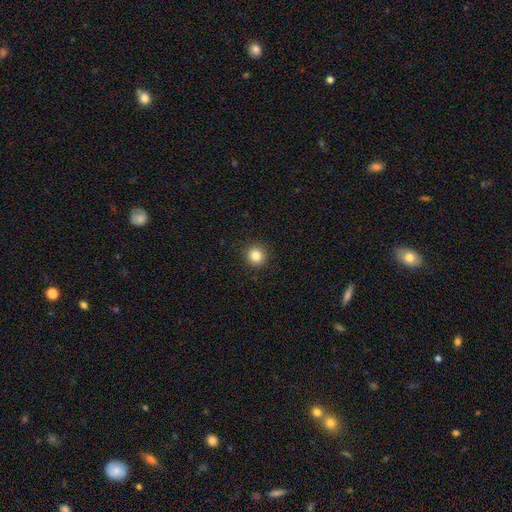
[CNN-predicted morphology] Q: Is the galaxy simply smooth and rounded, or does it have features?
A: smooth — 84%.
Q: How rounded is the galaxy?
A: round — 94%.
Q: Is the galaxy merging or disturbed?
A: none — 92%.